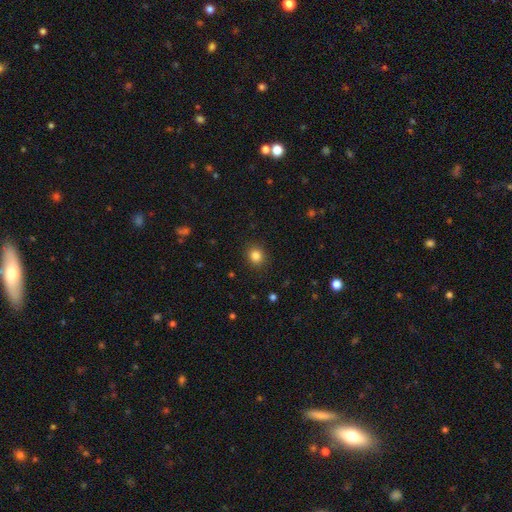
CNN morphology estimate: smooth_or_featured: smooth (p=0.84) [alt: star or artifact p=0.11]
how_rounded: round (p=0.80) [alt: in between p=0.19]
merging: none (p=0.90) [alt: minor disturbance p=0.07]